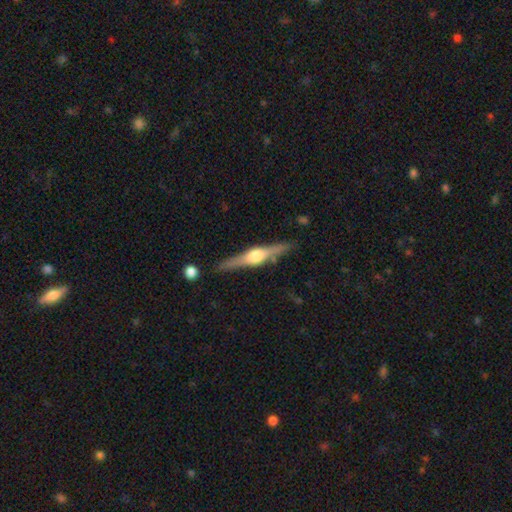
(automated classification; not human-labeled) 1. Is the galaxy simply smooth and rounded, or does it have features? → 79% featured or disk, 16% smooth, 5% star or artifact.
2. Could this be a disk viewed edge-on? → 98% yes, 2% no.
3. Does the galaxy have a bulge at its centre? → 92% rounded, 6% boxy, 2% none.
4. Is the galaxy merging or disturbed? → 87% none, 9% minor disturbance, 2% merger, 2% major disturbance.